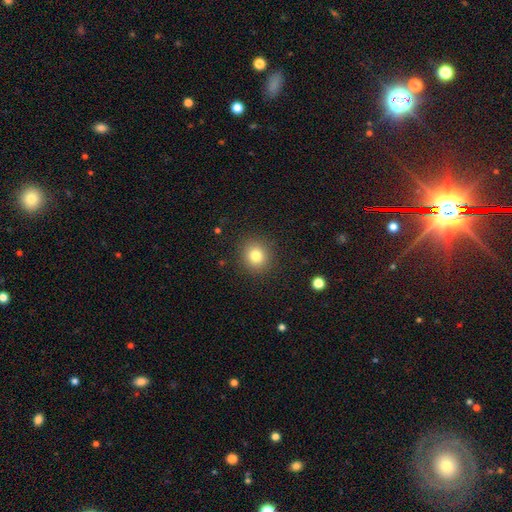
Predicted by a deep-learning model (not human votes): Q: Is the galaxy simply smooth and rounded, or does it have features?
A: smooth — 79%.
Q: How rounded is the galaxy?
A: round — 85%.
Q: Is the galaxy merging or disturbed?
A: none — 89%.